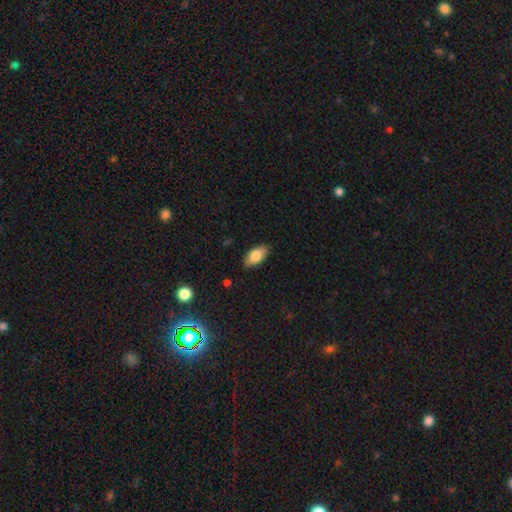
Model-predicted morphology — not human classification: Q: Smooth or featured?
A: smooth (81%); runner-up: featured or disk (12%)
Q: How rounded?
A: in between (91%); runner-up: cigar-shaped (6%)
Q: Merging?
A: none (86%); runner-up: minor disturbance (11%)